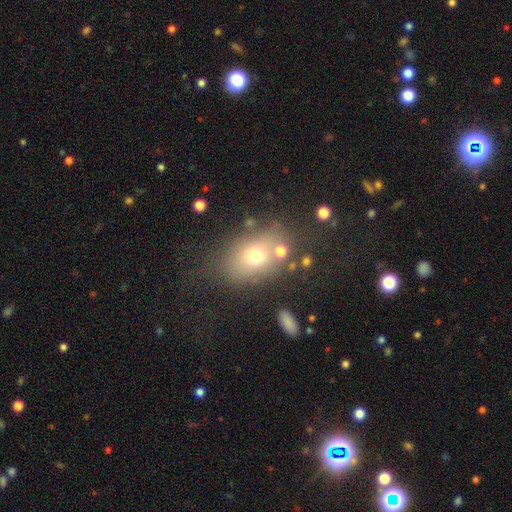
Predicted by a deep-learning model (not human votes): This is likely a smooth galaxy (66%). How rounded: likely in between (64%). Merging: likely none (63%).